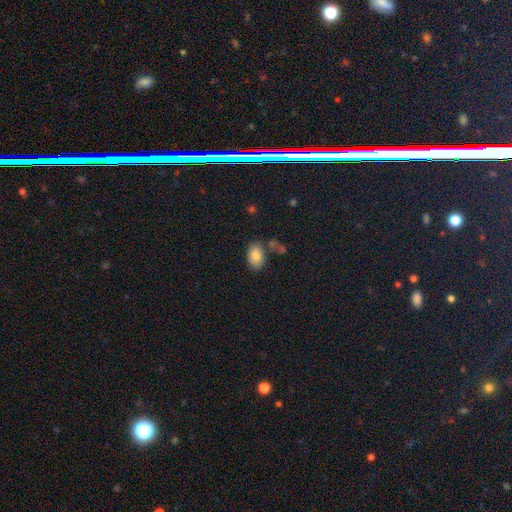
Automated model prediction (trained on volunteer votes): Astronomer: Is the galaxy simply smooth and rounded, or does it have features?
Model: smooth — 83%.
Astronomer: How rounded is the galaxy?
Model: in between — 88%.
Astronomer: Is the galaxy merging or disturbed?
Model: none — 70%.